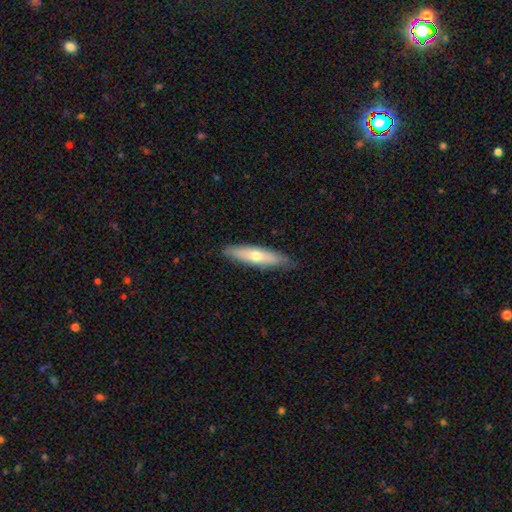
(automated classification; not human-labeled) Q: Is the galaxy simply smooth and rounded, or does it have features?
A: smooth — 58%.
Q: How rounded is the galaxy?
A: cigar-shaped — 75%.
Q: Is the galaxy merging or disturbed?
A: none — 85%.